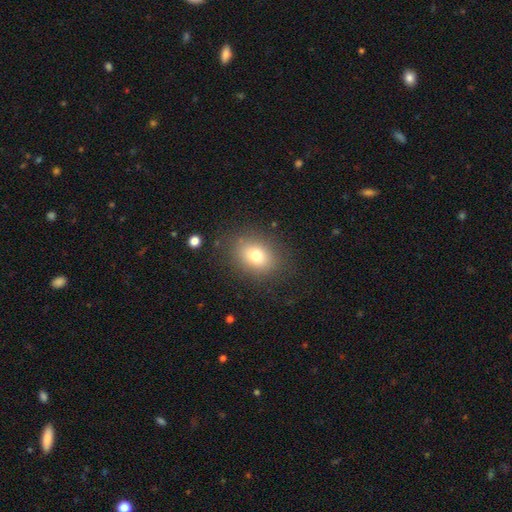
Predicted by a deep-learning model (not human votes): Smooth or featured? smooth (76%)
How rounded? in between (57%)
Merging? none (82%)